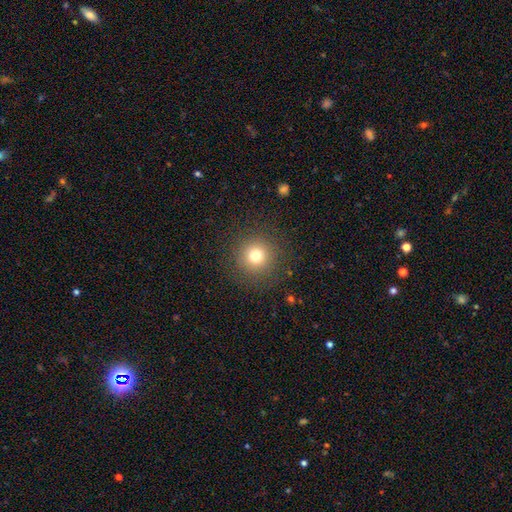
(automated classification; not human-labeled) Morphology: type=smooth (75%); roundness=round (95%); merging=none (89%).